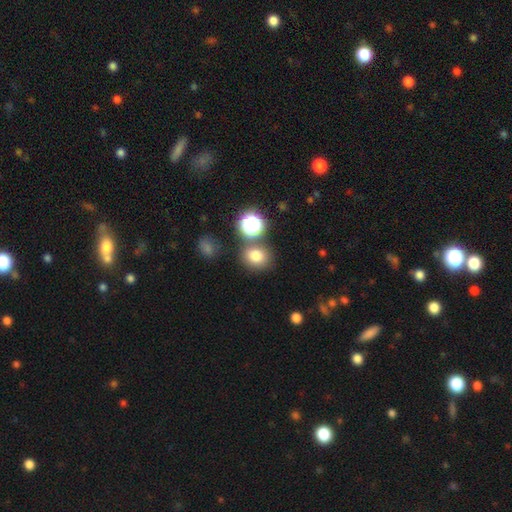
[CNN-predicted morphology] smooth-or-featured: smooth: 77% | star or artifact: 16% | featured or disk: 8%
  how-rounded: round: 69% | in between: 30% | cigar-shaped: 1%
  merging: none: 72% | merger: 14% | minor disturbance: 10% | major disturbance: 4%